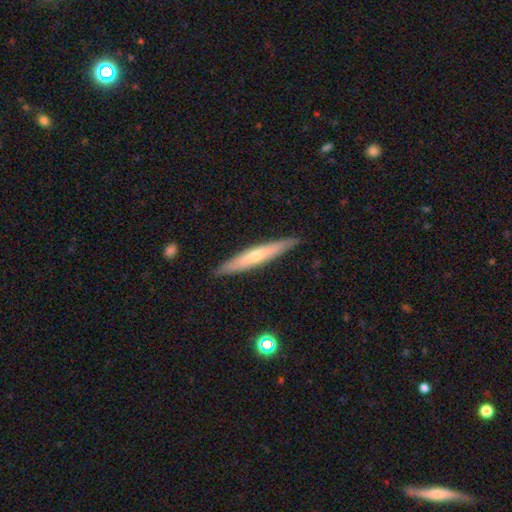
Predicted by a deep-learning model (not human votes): Overall: featured or disk (51%; smooth 43%). Edge-on disk: yes (91%). Merging: none (90%).